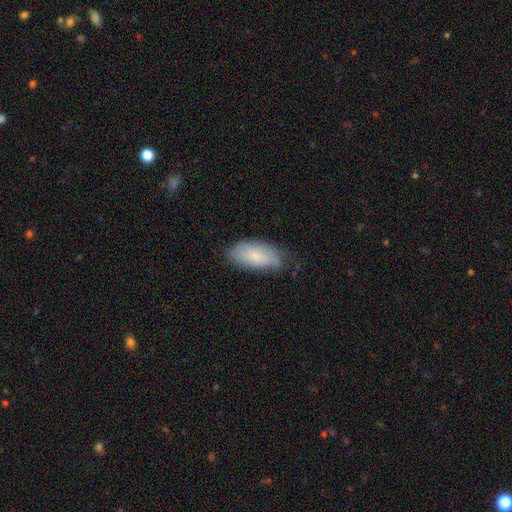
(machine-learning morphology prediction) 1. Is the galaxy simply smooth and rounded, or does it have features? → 73% smooth, 20% featured or disk, 6% star or artifact.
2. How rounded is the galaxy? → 92% in between, 6% cigar-shaped, 2% round.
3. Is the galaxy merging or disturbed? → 57% none, 33% minor disturbance, 8% major disturbance, 2% merger.